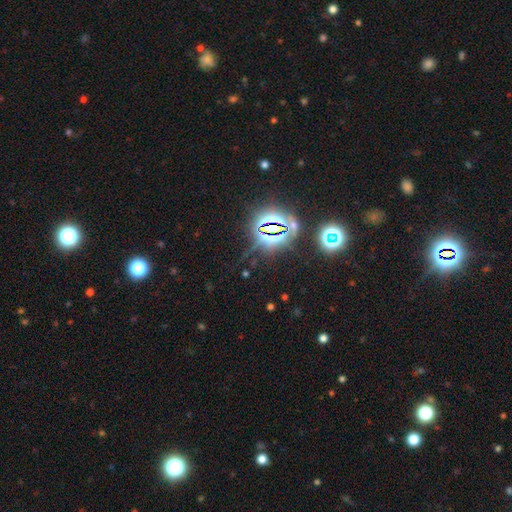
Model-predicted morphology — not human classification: This appears to be a star or artifact, not a galaxy (81%).